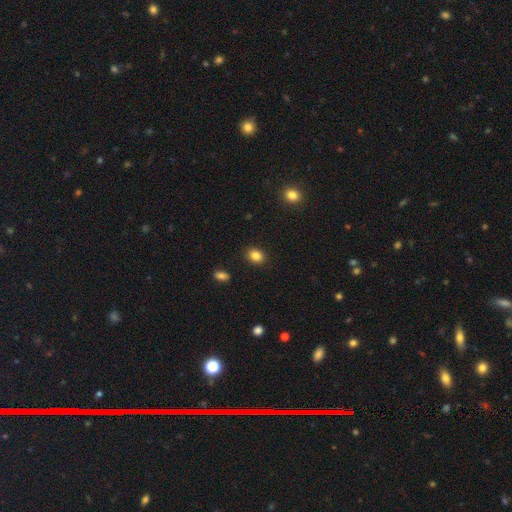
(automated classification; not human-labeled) Overall: smooth (85%). How rounded: round (50%; in between 49%). Merging: none (89%).